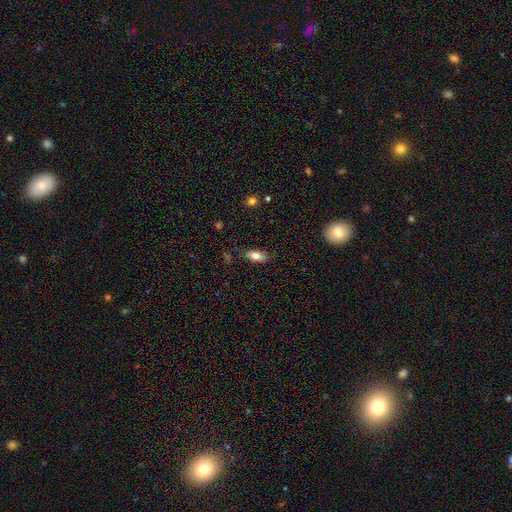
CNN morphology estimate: A smooth galaxy with no disk features (81%) that is in between round and cigar-shaped (86%). Merging: none (81%).